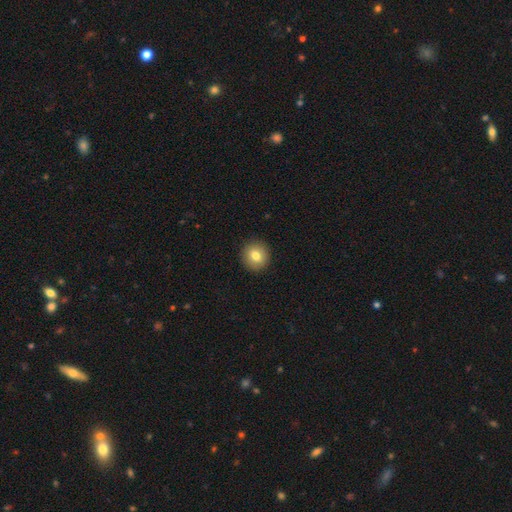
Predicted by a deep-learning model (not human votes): This appears to be a smooth galaxy with no disk features (81%) that is round (89%). Merging: none (92%).